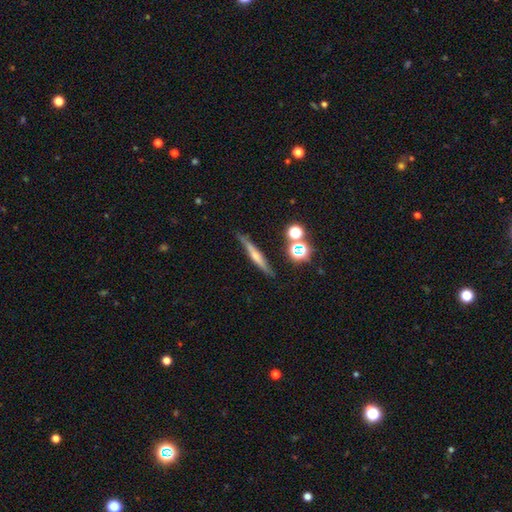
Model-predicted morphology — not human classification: Smooth or featured? featured or disk (50%)
Edge-on disk? yes (92%)
Merging? none (81%)